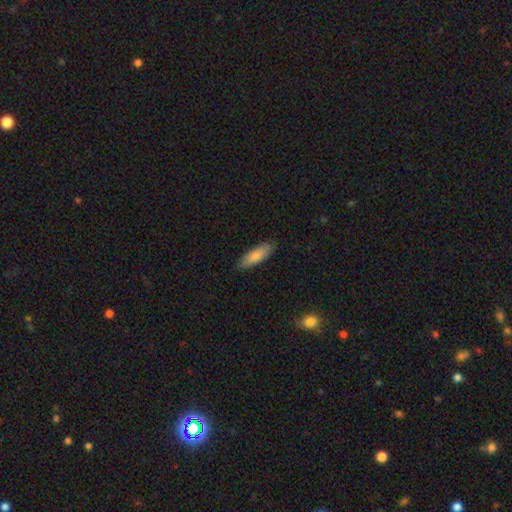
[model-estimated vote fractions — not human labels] Overall: smooth (82%). How rounded: in between (52%; cigar-shaped 47%). Merging: none (87%).